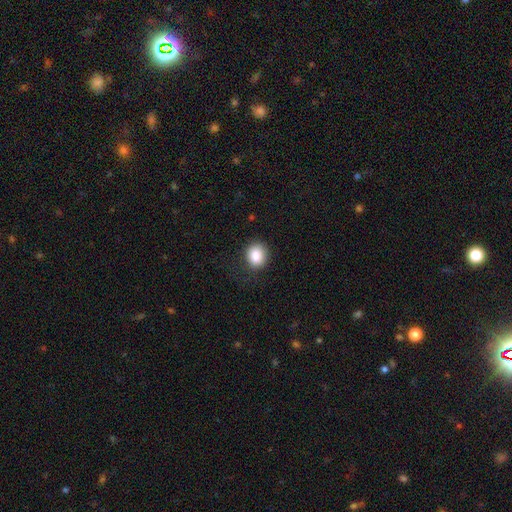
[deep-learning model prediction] Overall: smooth (85%). How rounded: round (73%). Merging: none (81%).